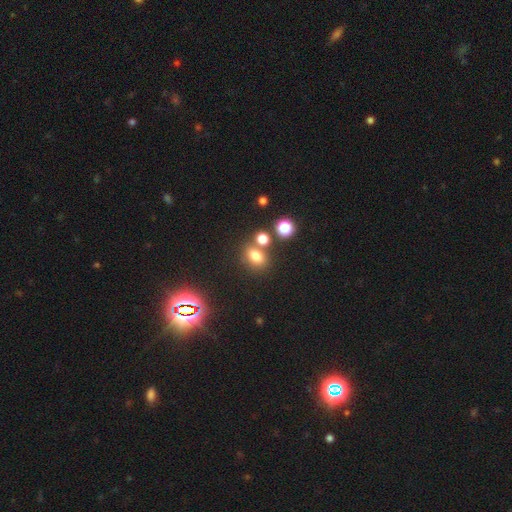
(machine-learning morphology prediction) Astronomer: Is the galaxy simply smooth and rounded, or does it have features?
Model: smooth — 73%.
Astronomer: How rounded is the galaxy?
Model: in between — 58% (runner-up: round, 40%).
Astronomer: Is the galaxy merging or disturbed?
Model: none — 63%.